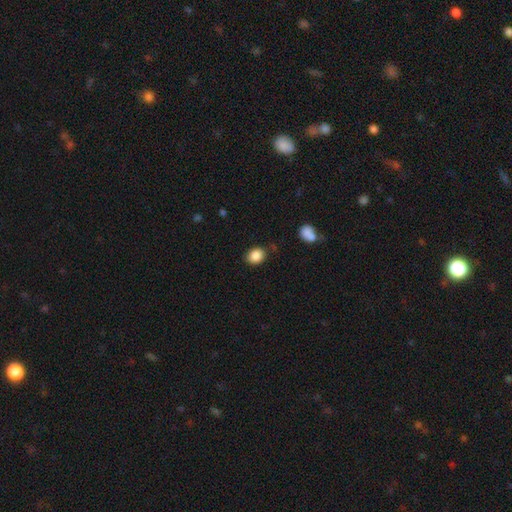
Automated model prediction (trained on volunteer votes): Smooth or featured: smooth — 87% (star or artifact — 9%)
How rounded: in between — 52% (round — 47%)
Merging: none — 82% (minor disturbance — 12%)